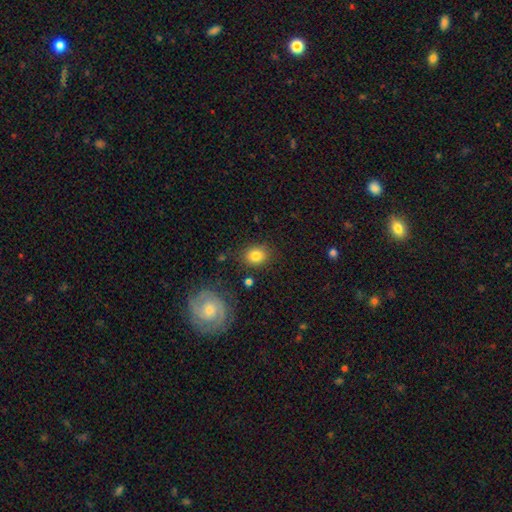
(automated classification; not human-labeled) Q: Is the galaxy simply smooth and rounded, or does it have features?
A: smooth — 81%.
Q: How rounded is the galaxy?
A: round — 60%.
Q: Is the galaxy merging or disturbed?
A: none — 82%.